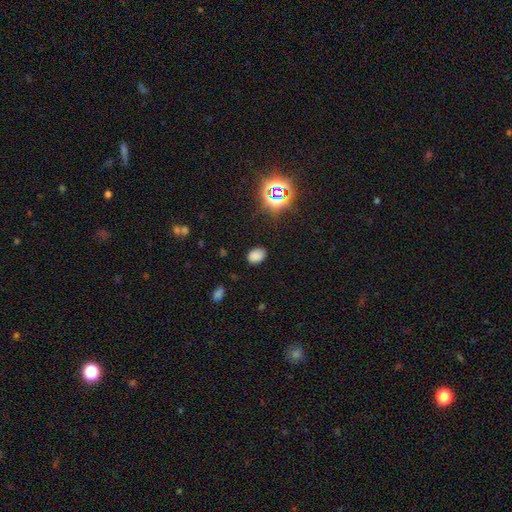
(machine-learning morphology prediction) Smooth or featured? Predicted: smooth (p=0.75). How rounded? Predicted: in between (p=0.77). Merging? Predicted: none (p=0.83).